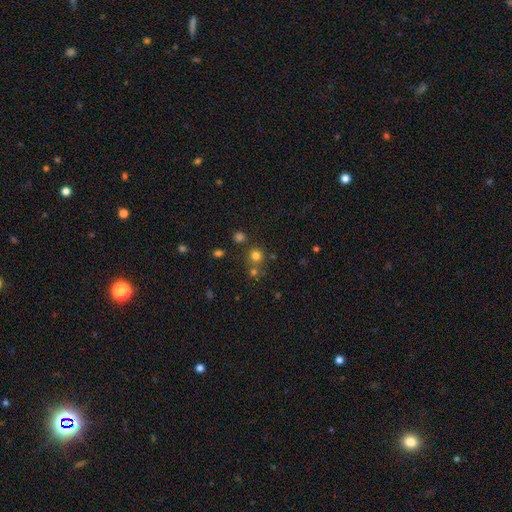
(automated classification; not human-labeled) A smooth galaxy with no disk features (73%) that is round (91%).

Vote fractions:
- Smooth or featured? smooth: 73% / star or artifact: 20% / featured or disk: 7%
- How rounded? round: 91% / in between: 8% / cigar-shaped: 1%
- Merging? none: 72% / merger: 18% / minor disturbance: 7% / major disturbance: 3%